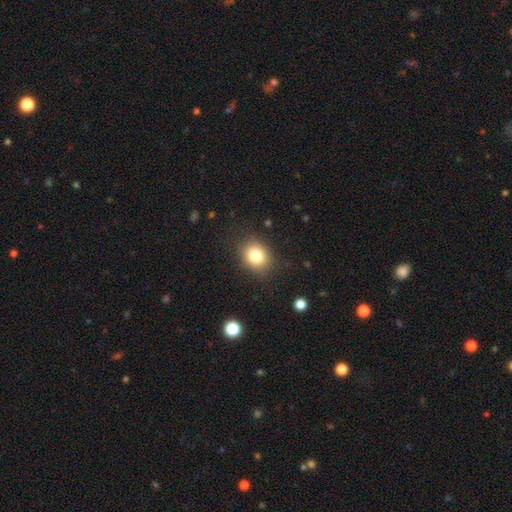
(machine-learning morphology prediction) Smooth or featured? Predicted: smooth (p=0.79). How rounded? Predicted: round (p=0.68). Merging? Predicted: none (p=0.85).